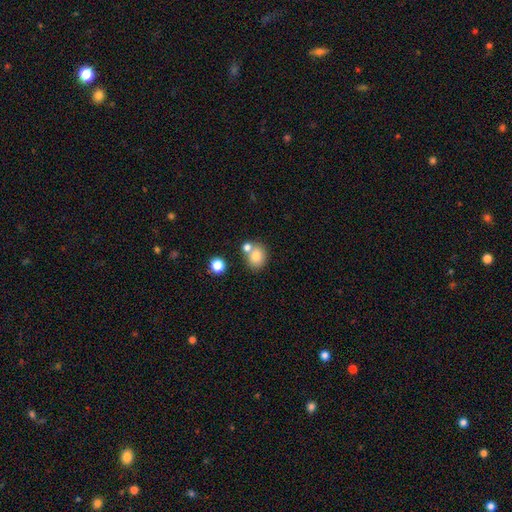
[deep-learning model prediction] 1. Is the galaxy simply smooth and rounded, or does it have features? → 79% smooth, 11% star or artifact, 10% featured or disk.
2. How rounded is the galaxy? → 66% round, 33% in between, 1% cigar-shaped.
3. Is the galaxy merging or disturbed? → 58% none, 29% merger, 10% minor disturbance, 3% major disturbance.